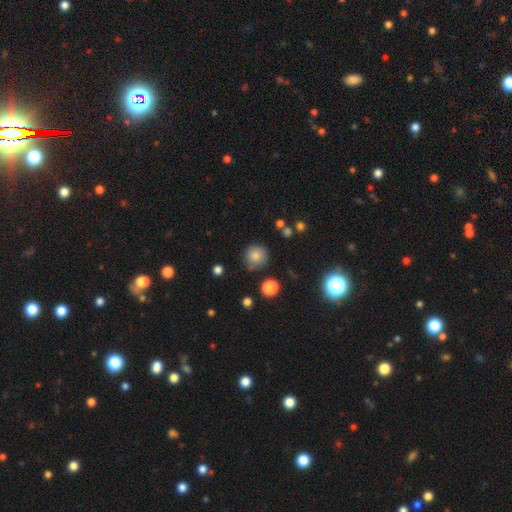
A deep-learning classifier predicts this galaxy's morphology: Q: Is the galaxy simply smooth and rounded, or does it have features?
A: smooth — 81%.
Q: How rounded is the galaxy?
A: round — 91%.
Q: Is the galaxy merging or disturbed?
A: none — 77%.